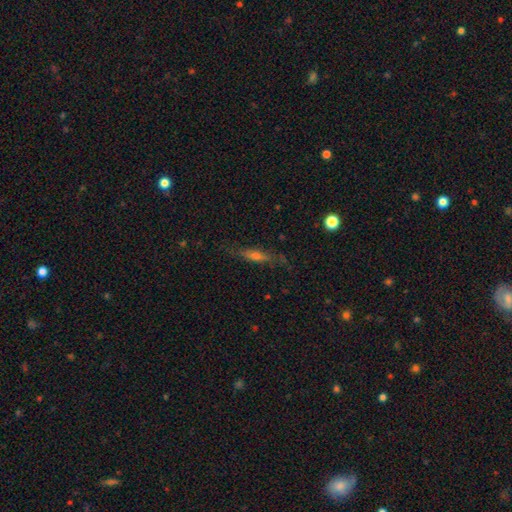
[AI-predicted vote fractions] smooth-or-featured: featured or disk: 50% | smooth: 37% | star or artifact: 12%
  disk-edge-on: yes: 81% | no: 19%
  merging: none: 73% | minor disturbance: 18% | major disturbance: 8% | merger: 2%